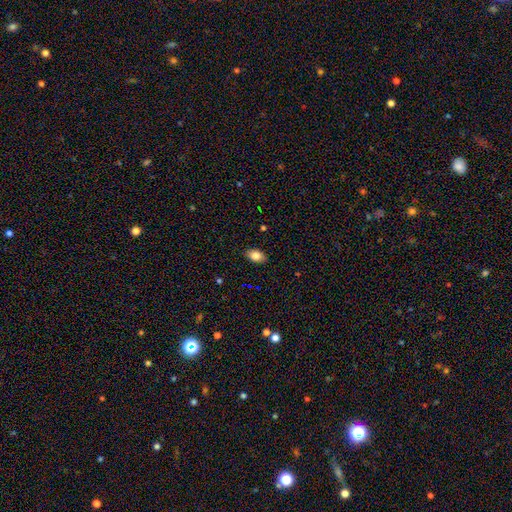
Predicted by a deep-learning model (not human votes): smooth 83%, featured or disk 9%, star or artifact 8%. Down the decision tree: how rounded — in between (88%); merging — none (88%).